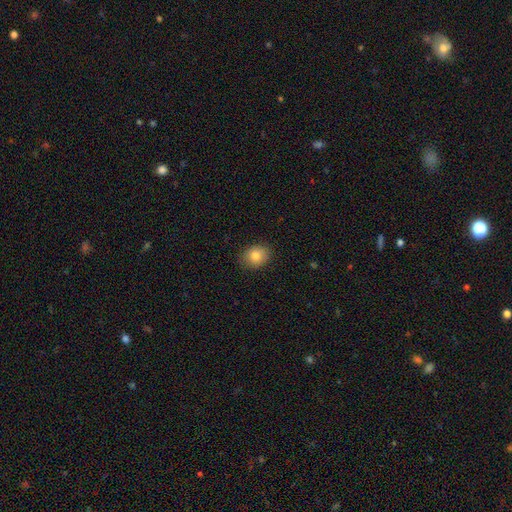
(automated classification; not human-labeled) smooth_or_featured: smooth (p=0.82) [alt: star or artifact p=0.09]
how_rounded: in between (p=0.55) [alt: round p=0.44]
merging: none (p=0.87) [alt: minor disturbance p=0.10]